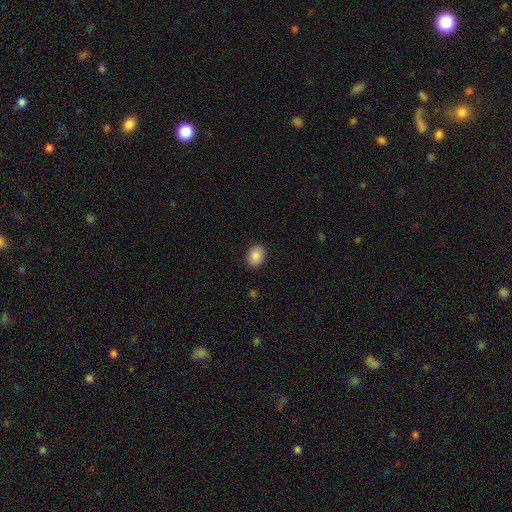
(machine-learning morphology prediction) This is clearly a smooth galaxy (87%). How rounded: likely in between (64%). Merging: clearly none (90%).